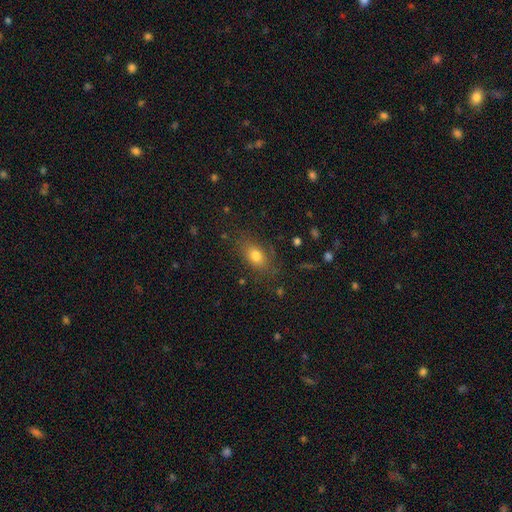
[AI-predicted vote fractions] Overall: smooth (74%). How rounded: in between (78%). Merging: none (76%).